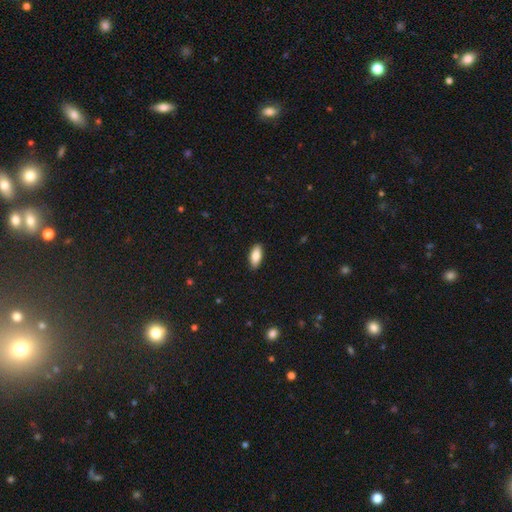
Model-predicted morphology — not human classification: Smooth or featured?
  - smooth: 83% *
  - featured or disk: 11%
  - star or artifact: 6%
How rounded?
  - in between: 86% *
  - cigar-shaped: 12%
  - round: 2%
Merging?
  - none: 89% *
  - minor disturbance: 8%
  - major disturbance: 2%
  - merger: 1%